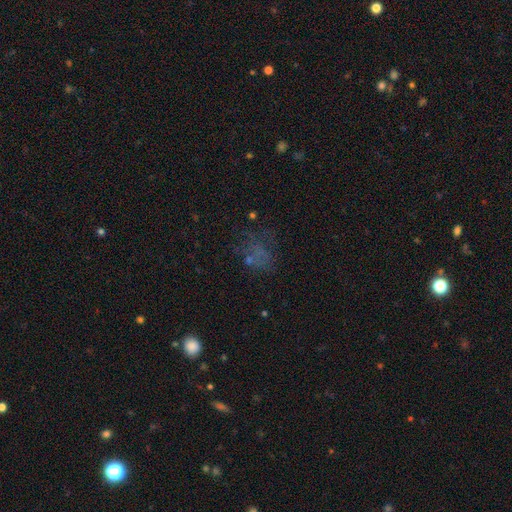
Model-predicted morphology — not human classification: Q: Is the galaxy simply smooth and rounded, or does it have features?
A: smooth — 39%.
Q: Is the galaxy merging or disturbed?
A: none — 44%.